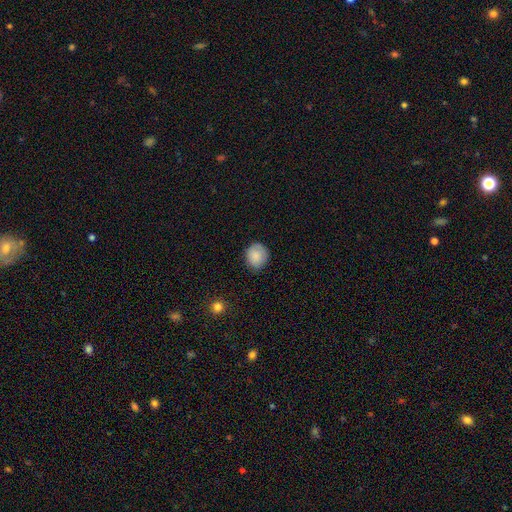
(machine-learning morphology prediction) Q: Smooth or featured?
A: smooth (84%); runner-up: featured or disk (8%)
Q: How rounded?
A: round (75%); runner-up: in between (24%)
Q: Merging?
A: none (79%); runner-up: minor disturbance (17%)